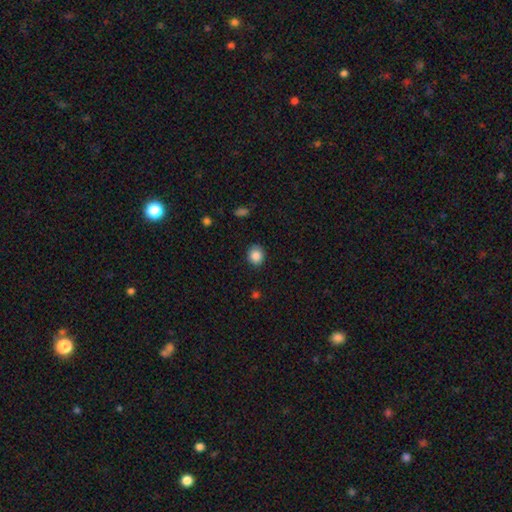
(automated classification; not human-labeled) smooth 87%, star or artifact 9%, featured or disk 4%. Down the decision tree: how rounded — round (72%); merging — none (87%).